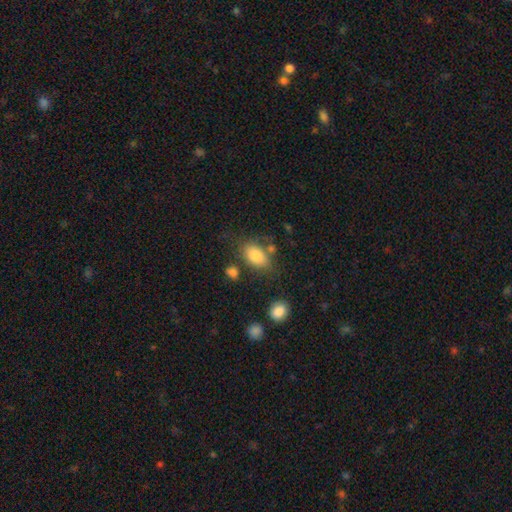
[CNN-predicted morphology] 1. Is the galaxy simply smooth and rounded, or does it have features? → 82% smooth, 10% featured or disk, 8% star or artifact.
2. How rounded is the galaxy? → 87% in between, 11% round, 2% cigar-shaped.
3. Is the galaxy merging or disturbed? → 63% none, 18% minor disturbance, 10% merger, 8% major disturbance.